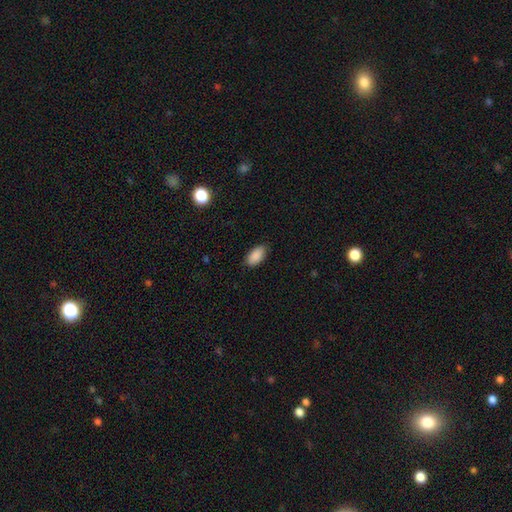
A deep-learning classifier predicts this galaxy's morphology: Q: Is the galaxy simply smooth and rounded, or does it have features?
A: smooth — 90%.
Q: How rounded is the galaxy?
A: in between — 94%.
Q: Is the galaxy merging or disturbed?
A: none — 85%.